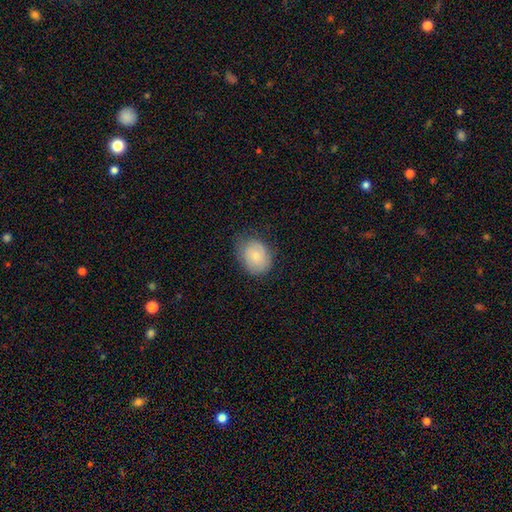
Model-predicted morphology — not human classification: Smooth or featured? Predicted: smooth (p=0.75). How rounded? Predicted: in between (p=0.56). Merging? Predicted: none (p=0.70).